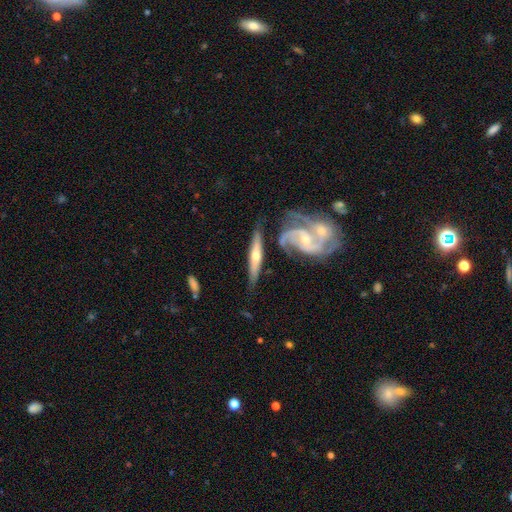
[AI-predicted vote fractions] A featured or disk galaxy (69%) viewed edge-on (80%) with a rounded central bulge (84%). Merging: none (64%).